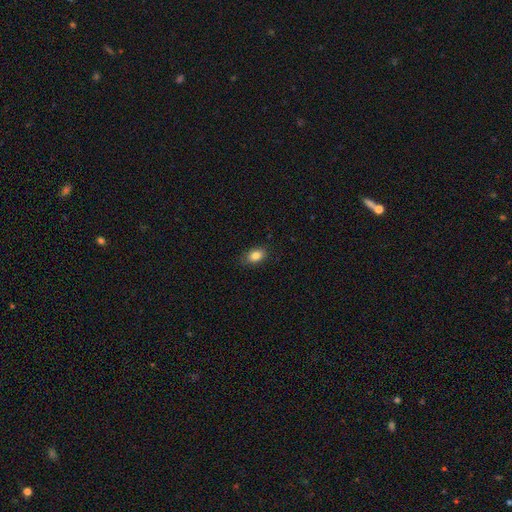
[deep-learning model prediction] The model was most divided on "merging": none: 84%, minor disturbance: 13%, major disturbance: 3%, merger: 1%. More confident: how rounded — in between (85%); smooth or featured — smooth (85%).